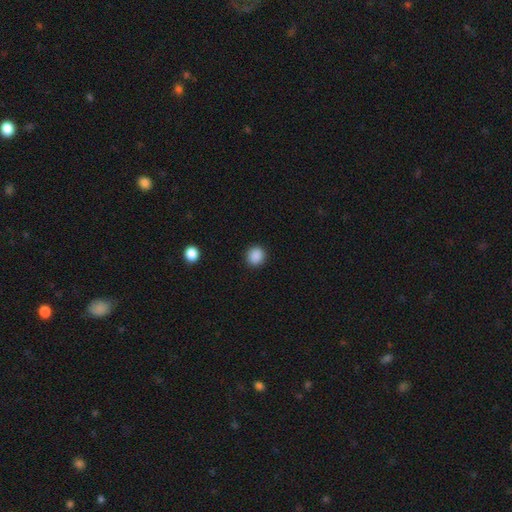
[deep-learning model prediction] The model was most divided on "how rounded": round: 86%, in between: 13%, cigar-shaped: 1%. More confident: merging — none (91%); smooth or featured — smooth (88%).